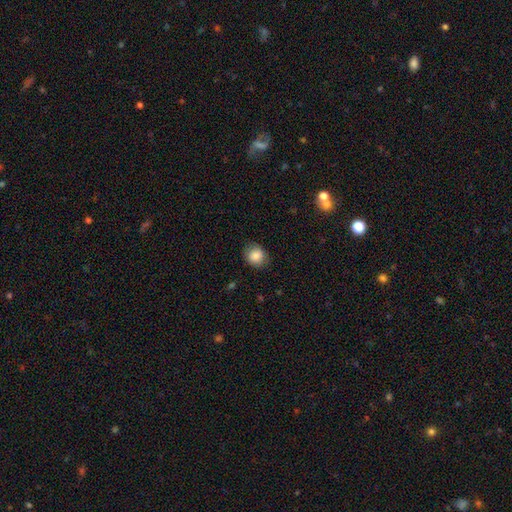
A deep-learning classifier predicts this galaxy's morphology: This is clearly a smooth galaxy (85%). How rounded: likely round (72%). Merging: clearly none (83%).